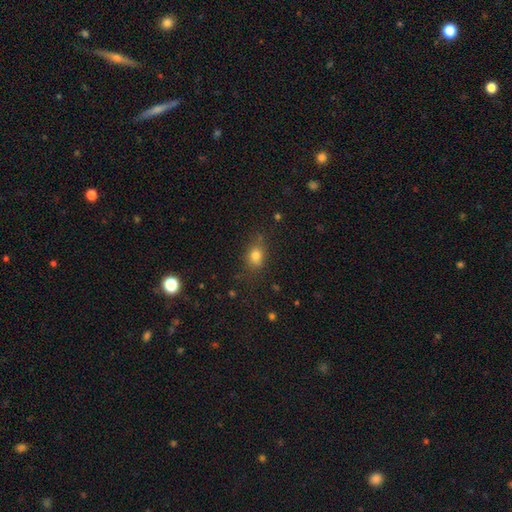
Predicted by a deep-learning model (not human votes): Q: Smooth or featured?
A: smooth (78%); runner-up: star or artifact (13%)
Q: How rounded?
A: in between (57%); runner-up: round (40%)
Q: Merging?
A: none (72%); runner-up: minor disturbance (19%)